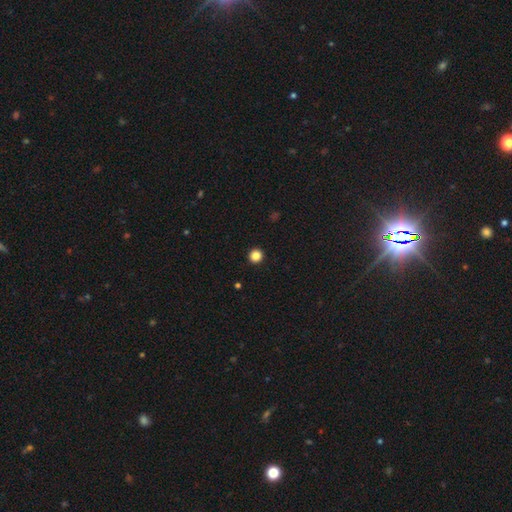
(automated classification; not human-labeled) Smooth or featured: smooth — 86% (star or artifact — 11%)
How rounded: round — 95% (in between — 4%)
Merging: none — 94% (minor disturbance — 4%)